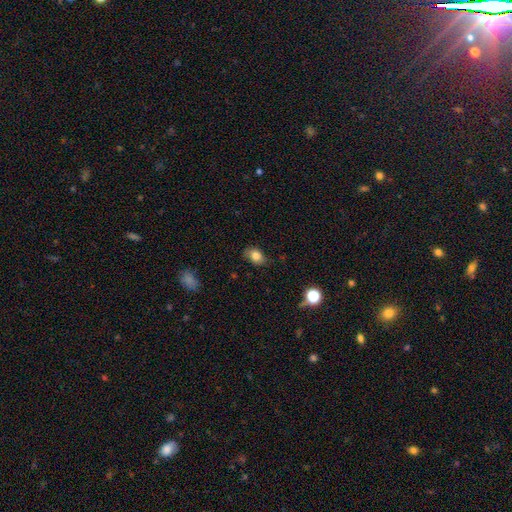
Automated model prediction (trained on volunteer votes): This appears to be a smooth galaxy with no disk features (81%) that is in between round and cigar-shaped (73%). Merging: none (73%).